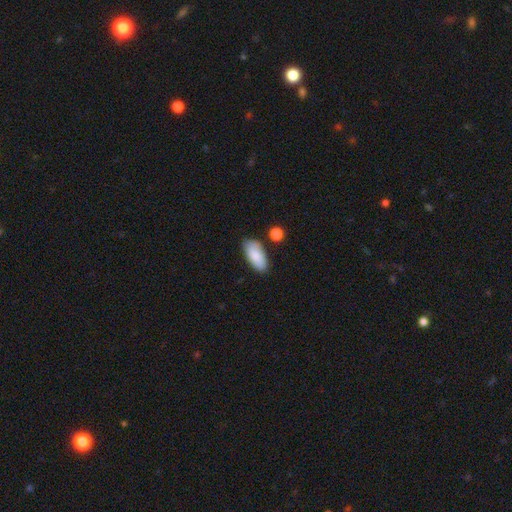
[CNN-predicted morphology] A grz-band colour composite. It shows a smooth galaxy with no disk features (85%) that is in between round and cigar-shaped (90%). Merging: none (77%).